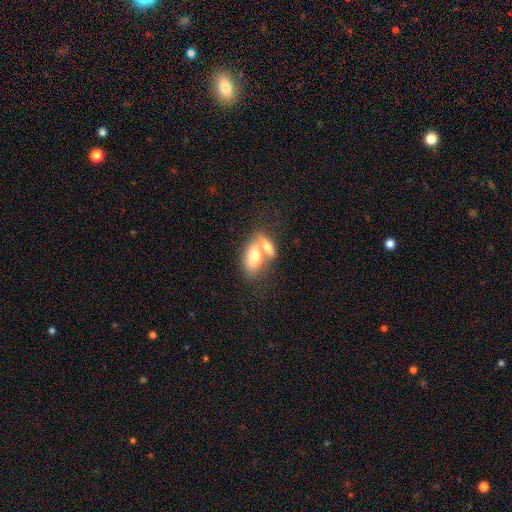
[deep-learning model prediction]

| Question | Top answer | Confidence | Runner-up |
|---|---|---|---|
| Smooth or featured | smooth | 70% | featured or disk (24%) |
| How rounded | in between | 87% | cigar-shaped (8%) |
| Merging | merger | 65% | none (23%) |